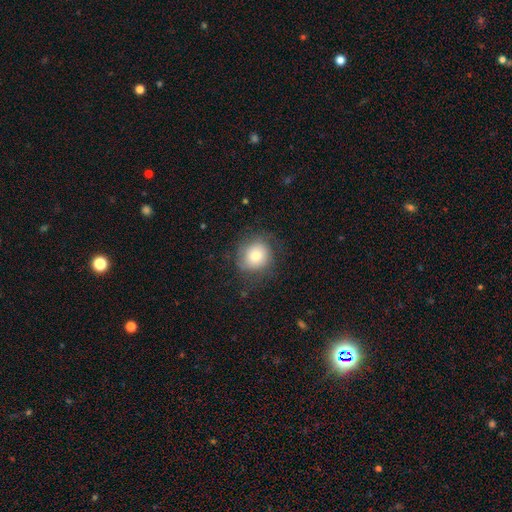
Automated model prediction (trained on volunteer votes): The model was most divided on "smooth or featured": smooth: 69%, featured or disk: 22%, star or artifact: 9%. More confident: how rounded — round (83%); merging — none (70%).